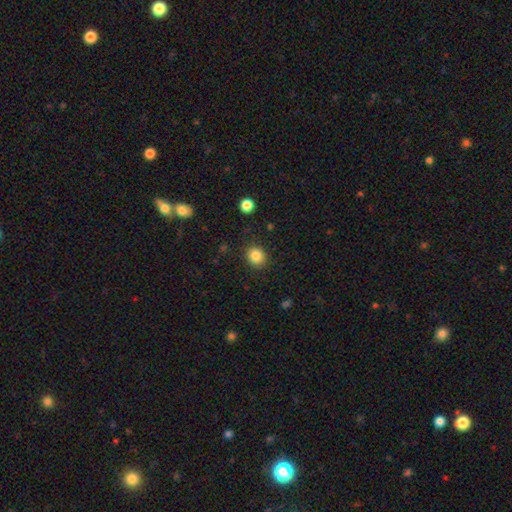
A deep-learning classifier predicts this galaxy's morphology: This appears to be a smooth galaxy with no disk features (85%) that is round (73%). Merging: none (88%).